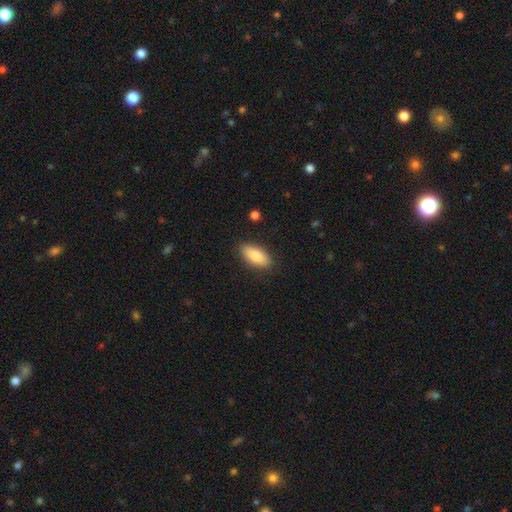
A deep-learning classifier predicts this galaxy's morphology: Overall: smooth (87%). How rounded: in between (87%). Merging: none (87%).